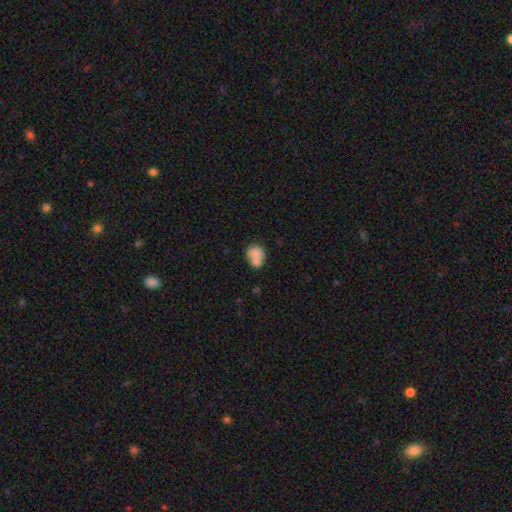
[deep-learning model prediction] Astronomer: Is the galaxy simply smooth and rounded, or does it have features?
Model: smooth — 75%.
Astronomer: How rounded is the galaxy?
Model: round — 62%.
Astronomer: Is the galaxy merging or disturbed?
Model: merger — 51% (runner-up: none, 32%).